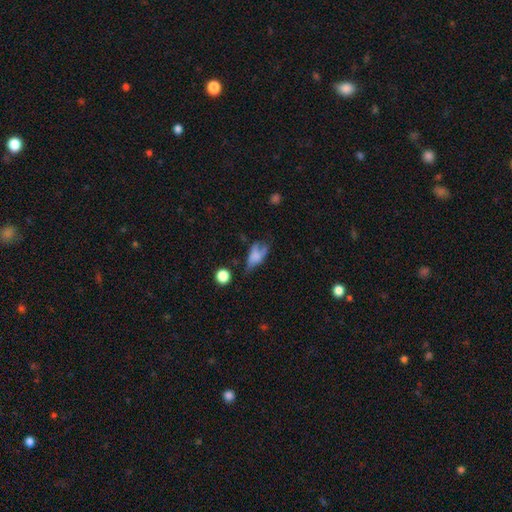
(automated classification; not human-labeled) A smooth galaxy with no disk features (56%) that is in between round and cigar-shaped (72%). Merging: none (31%, tied with major disturbance).